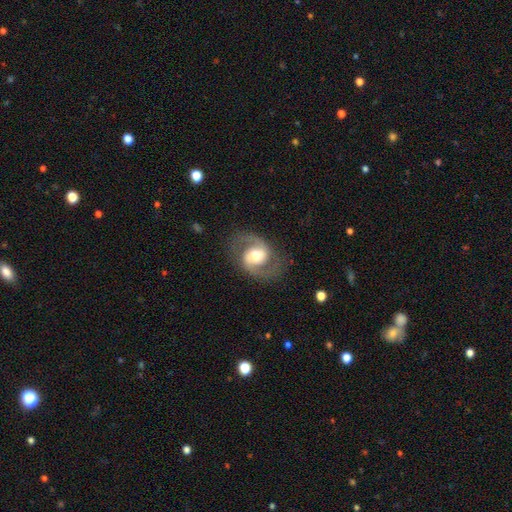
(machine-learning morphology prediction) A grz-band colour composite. It shows a featured or disk galaxy (84%) with a weak bar (42%), 2 (92%) medium (58%) spiral arms (93%) and a moderate central bulge (61%). Merging: none (79%).